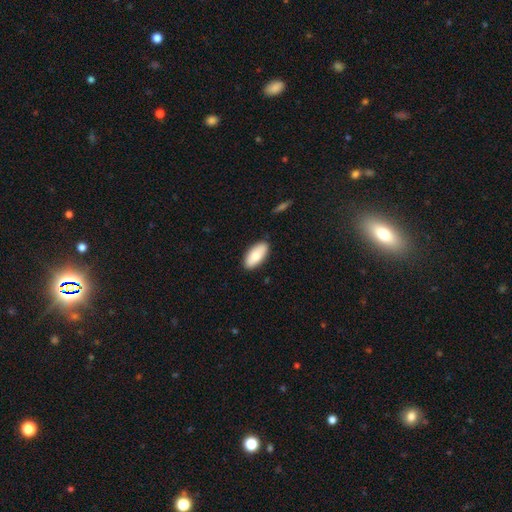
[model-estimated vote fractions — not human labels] The model was most divided on "smooth or featured": smooth: 80%, featured or disk: 14%, star or artifact: 6%. More confident: how rounded — in between (89%); merging — none (87%).